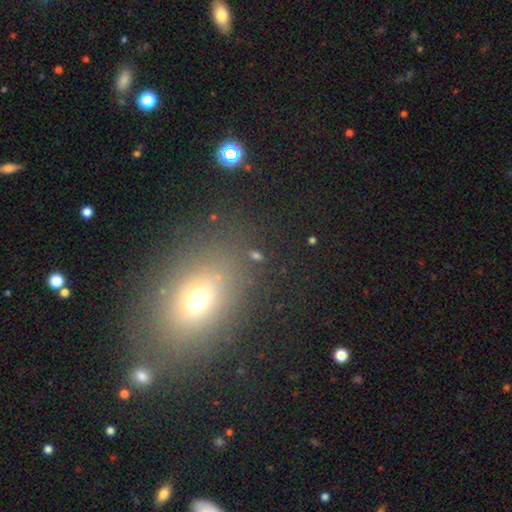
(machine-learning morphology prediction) smooth_or_featured: smooth (p=0.52) [alt: star or artifact p=0.35]
how_rounded: in between (p=0.52) [alt: round p=0.43]
merging: none (p=0.77) [alt: minor disturbance p=0.10]